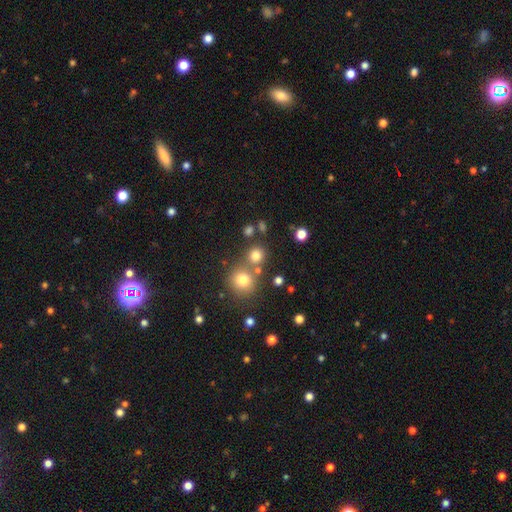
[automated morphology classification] This is likely a smooth galaxy (76%). How rounded: clearly round (87%). Merging: likely none (66%).